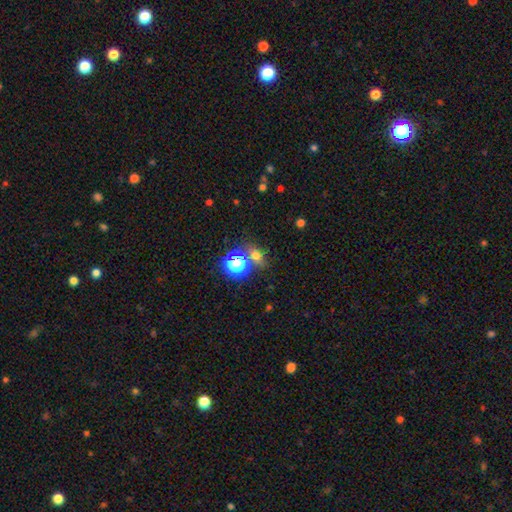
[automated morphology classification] Q: Smooth or featured?
A: smooth (59%); runner-up: star or artifact (31%)
Q: How rounded?
A: round (54%); runner-up: in between (43%)
Q: Merging?
A: none (64%); runner-up: merger (18%)